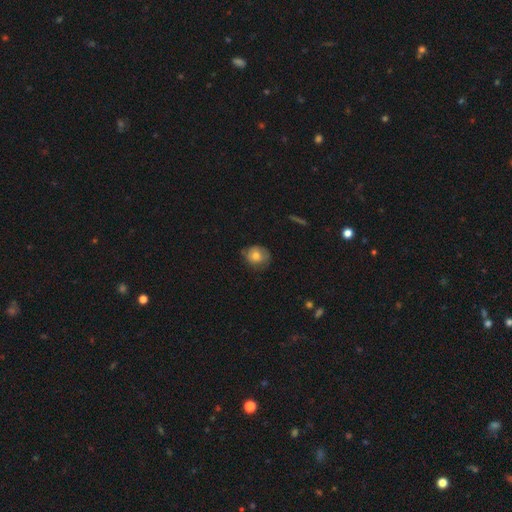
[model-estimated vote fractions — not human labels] Smooth or featured?
  - smooth: 73% *
  - featured or disk: 18%
  - star or artifact: 9%
How rounded?
  - round: 73% *
  - in between: 26%
  - cigar-shaped: 1%
Merging?
  - none: 65% *
  - minor disturbance: 28%
  - major disturbance: 6%
  - merger: 1%